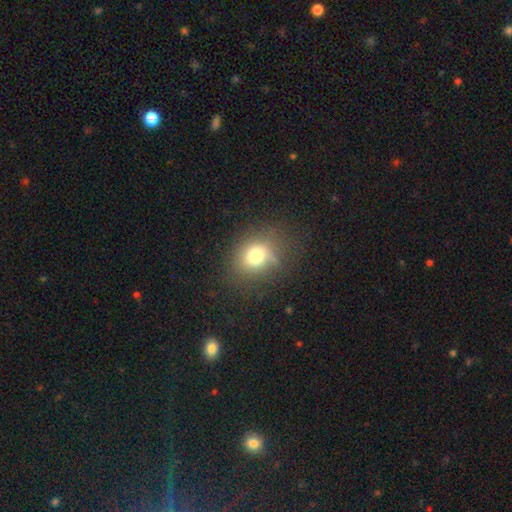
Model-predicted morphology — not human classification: smooth_or_featured: smooth (p=0.72) [alt: star or artifact p=0.16]
how_rounded: round (p=0.68) [alt: in between p=0.30]
merging: none (p=0.72) [alt: minor disturbance p=0.17]